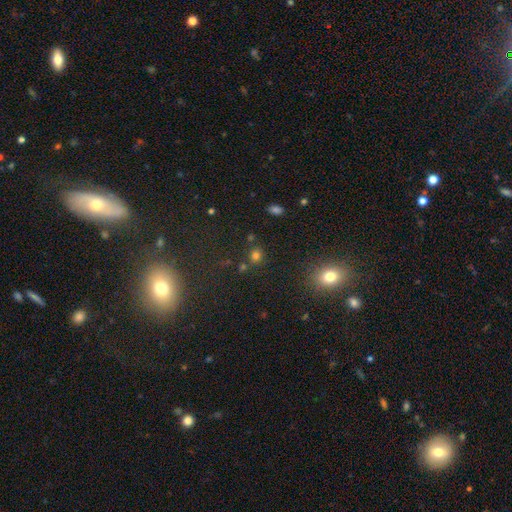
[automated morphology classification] This appears to be a smooth galaxy with no disk features (71%) that is round (79%). Merging: none (73%).